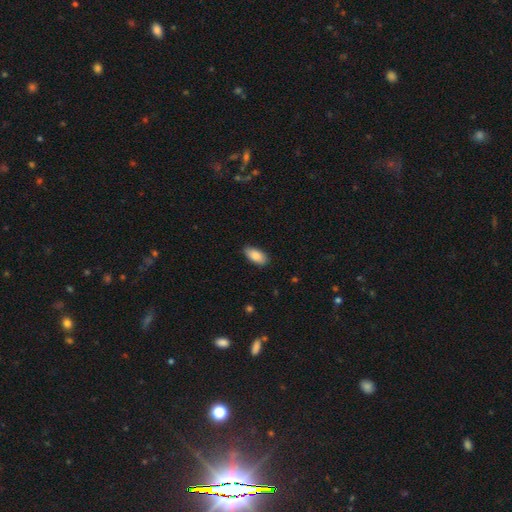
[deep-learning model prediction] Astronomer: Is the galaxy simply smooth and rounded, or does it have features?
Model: smooth — 88%.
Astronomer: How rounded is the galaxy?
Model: in between — 91%.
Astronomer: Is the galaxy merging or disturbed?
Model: none — 86%.